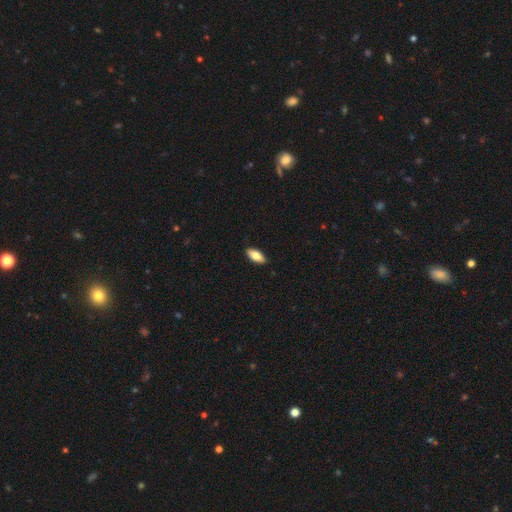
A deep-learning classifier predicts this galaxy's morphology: A smooth galaxy with no disk features (77%) that is in between round and cigar-shaped (87%).

Vote fractions:
- Smooth or featured? smooth: 77% / featured or disk: 17% / star or artifact: 6%
- How rounded? in between: 87% / cigar-shaped: 11% / round: 2%
- Merging? none: 89% / minor disturbance: 8% / major disturbance: 1% / merger: 1%